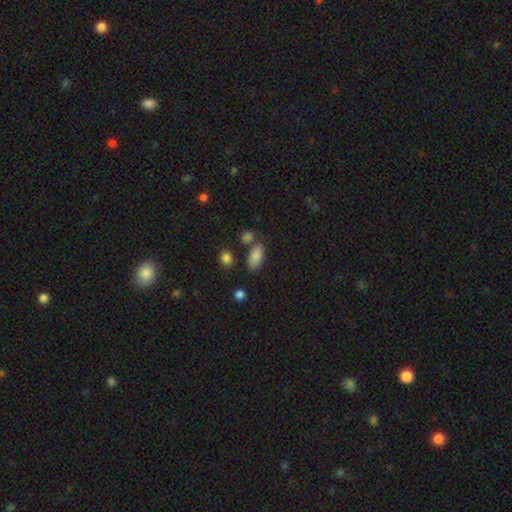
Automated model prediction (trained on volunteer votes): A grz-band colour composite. It shows a smooth galaxy with no disk features (86%) that is in between round and cigar-shaped (88%). Merging: none (68%).